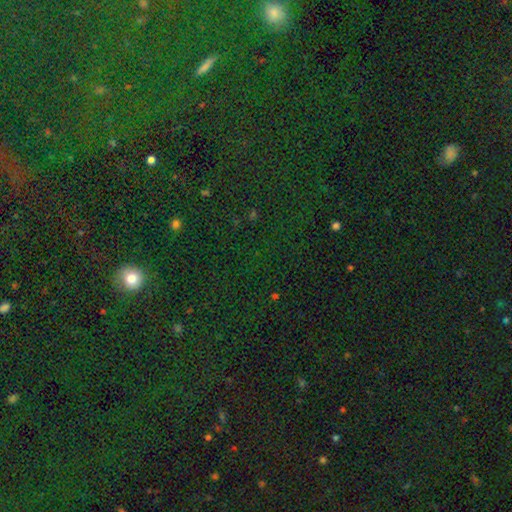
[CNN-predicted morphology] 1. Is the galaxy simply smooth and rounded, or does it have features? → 77% star or artifact, 16% smooth, 7% featured or disk.